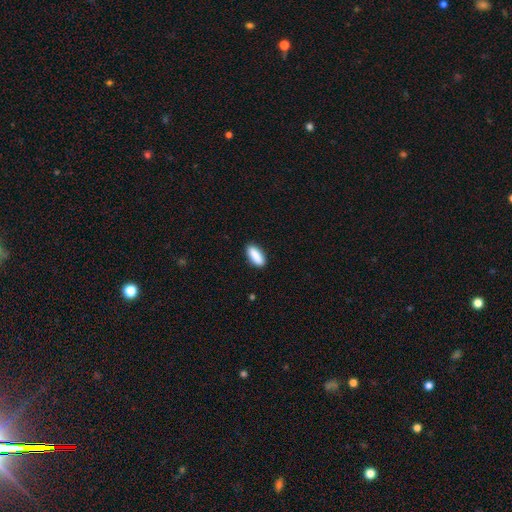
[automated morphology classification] The model was most divided on "how rounded": in between: 79%, cigar-shaped: 19%, round: 2%. More confident: smooth or featured — smooth (90%); merging — none (89%).